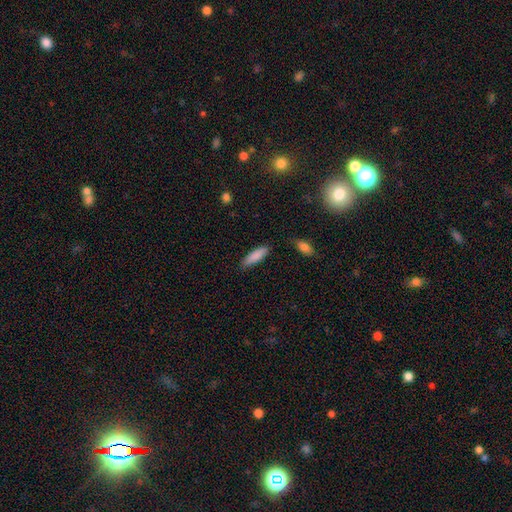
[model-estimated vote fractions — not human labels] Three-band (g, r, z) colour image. It shows a smooth galaxy with no disk features (86%) that is cigar-shaped (61%). Merging: none (84%).